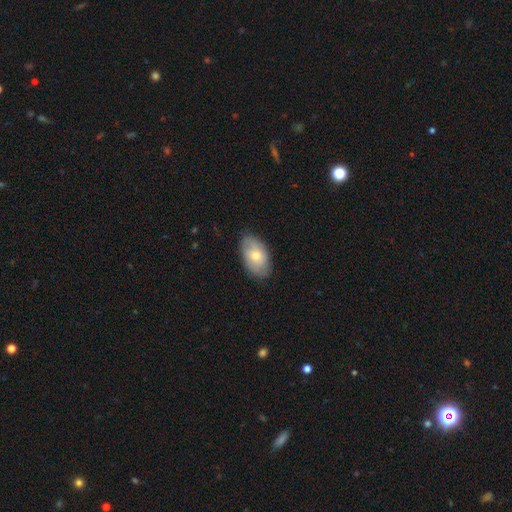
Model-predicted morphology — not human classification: smooth-or-featured: smooth: 56% | featured or disk: 37% | star or artifact: 7%
  how-rounded: in between: 91% | round: 7% | cigar-shaped: 2%
  merging: none: 82% | minor disturbance: 14% | major disturbance: 3% | merger: 1%